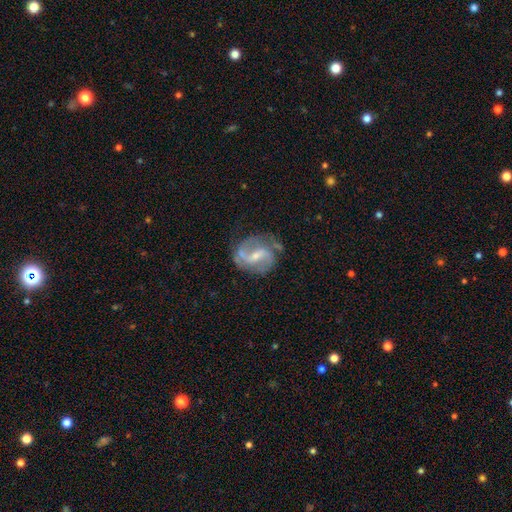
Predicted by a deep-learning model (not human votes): Overall: featured or disk (85%). Edge-on disk: no (97%). Bar: weak (49%; strong 34%). Spiral arms: yes (94%). Spiral arm count: 2 (85%). Spiral winding: medium (49%; loose 33%). Bulge size: small (55%; moderate 36%). Merging: none (68%).